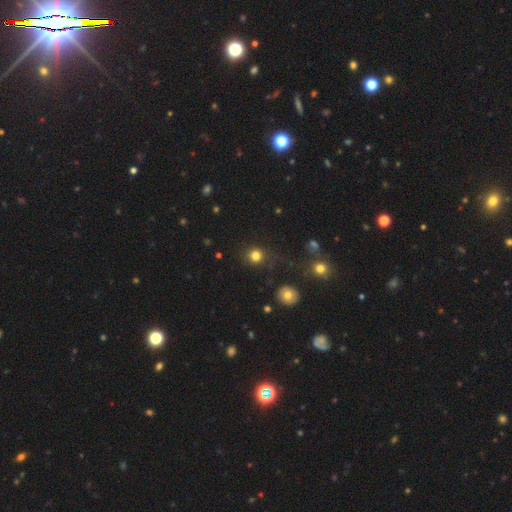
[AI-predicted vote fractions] The model was most divided on "smooth or featured": smooth: 80%, star or artifact: 14%, featured or disk: 6%. More confident: how rounded — round (91%); merging — none (82%).